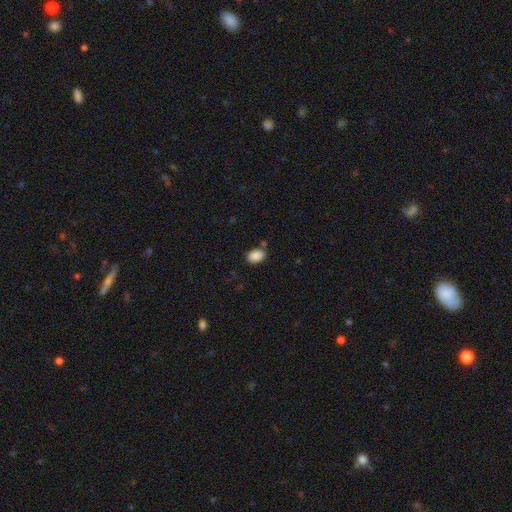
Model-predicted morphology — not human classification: type=smooth (88%); roundness=in between (85%); merging=none (77%).